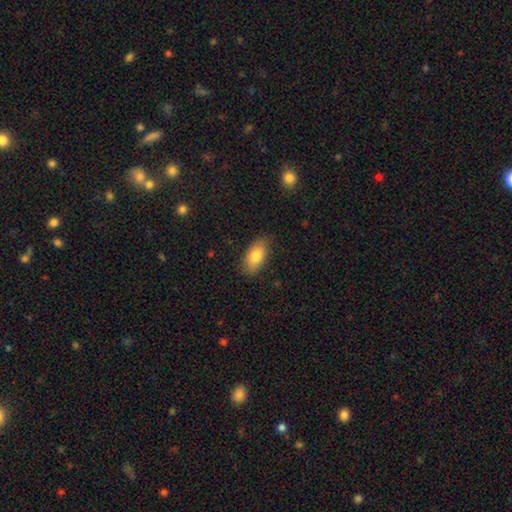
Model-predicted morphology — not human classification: This appears to be a smooth galaxy with no disk features (82%) that is in between round and cigar-shaped (90%). Merging: none (84%).